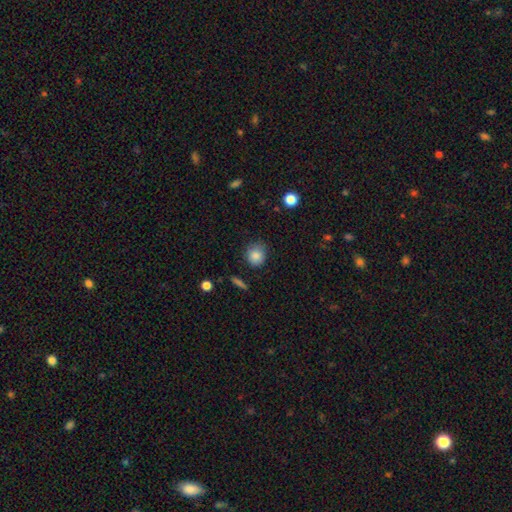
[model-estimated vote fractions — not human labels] This appears to be a smooth galaxy with no disk features (86%) that is round (84%). Merging: none (78%).